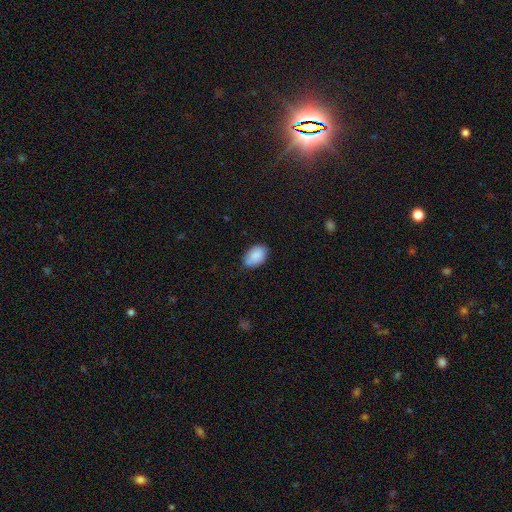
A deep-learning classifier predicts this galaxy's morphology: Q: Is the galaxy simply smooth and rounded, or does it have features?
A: smooth — 88%.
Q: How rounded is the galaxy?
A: in between — 88%.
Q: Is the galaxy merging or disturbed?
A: none — 73%.